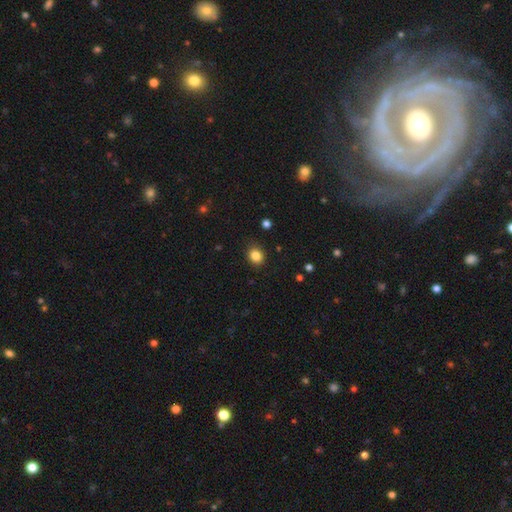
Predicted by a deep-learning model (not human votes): Smooth or featured? Predicted: smooth (p=0.84). How rounded? Predicted: round (p=0.60). Merging? Predicted: none (p=0.86).